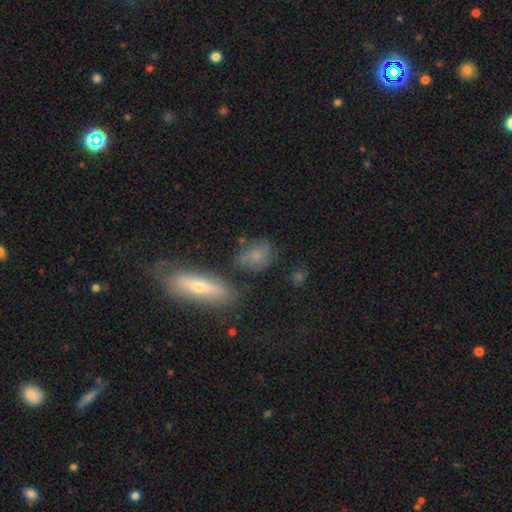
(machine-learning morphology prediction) Smooth or featured: smooth — 65% (featured or disk — 23%)
How rounded: in between — 67% (round — 23%)
Merging: none — 58% (minor disturbance — 22%)